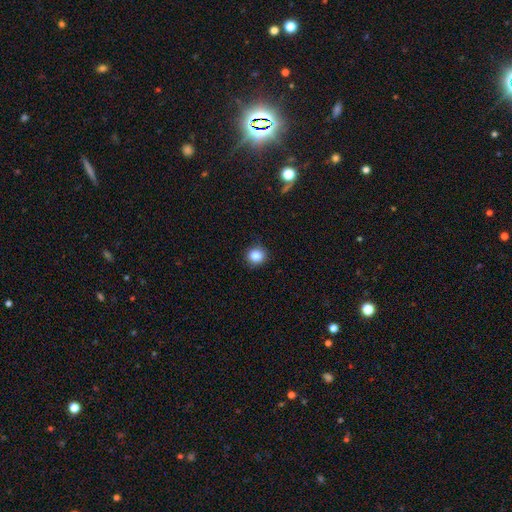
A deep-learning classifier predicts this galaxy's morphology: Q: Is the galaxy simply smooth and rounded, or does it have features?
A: smooth — 85%.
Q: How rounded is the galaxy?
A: round — 86%.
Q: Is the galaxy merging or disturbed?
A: none — 86%.